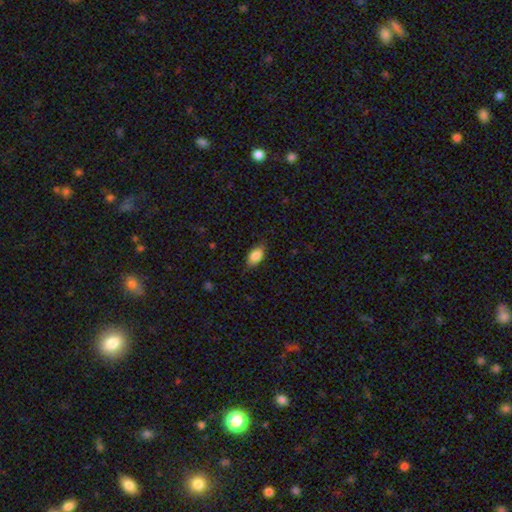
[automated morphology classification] type=smooth (86%); roundness=in between (91%); merging=none (83%).